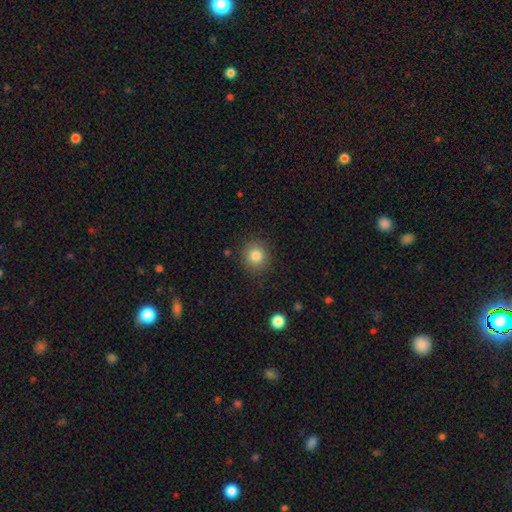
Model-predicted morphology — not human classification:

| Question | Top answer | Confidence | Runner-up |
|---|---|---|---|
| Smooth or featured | smooth | 83% | star or artifact (11%) |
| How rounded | round | 90% | in between (9%) |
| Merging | none | 89% | minor disturbance (7%) |